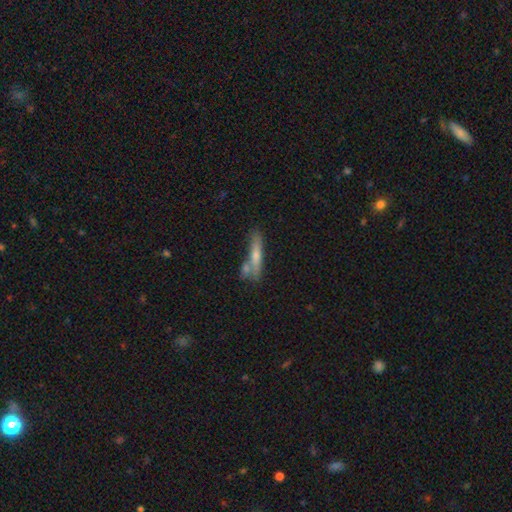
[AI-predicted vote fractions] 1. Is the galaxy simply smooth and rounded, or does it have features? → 51% smooth, 41% featured or disk, 8% star or artifact.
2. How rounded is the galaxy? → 87% cigar-shaped, 10% in between, 2% round.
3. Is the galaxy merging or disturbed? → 64% none, 17% merger, 15% minor disturbance, 4% major disturbance.